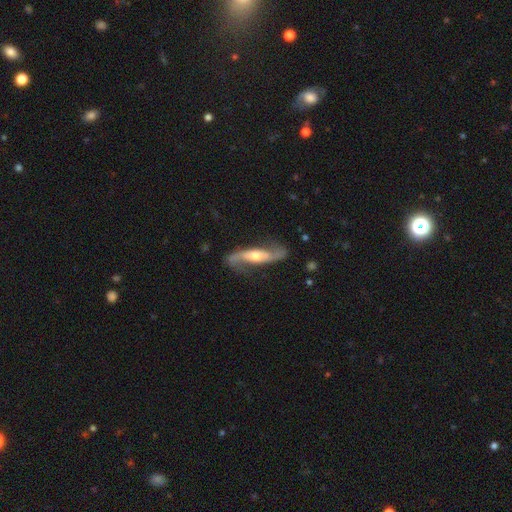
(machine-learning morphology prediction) This appears to be a featured or disk galaxy (84%) with no bar (45%), 2 (92%) loose (62%) spiral arms (95%) and a moderate central bulge (62%). Merging: none (77%).